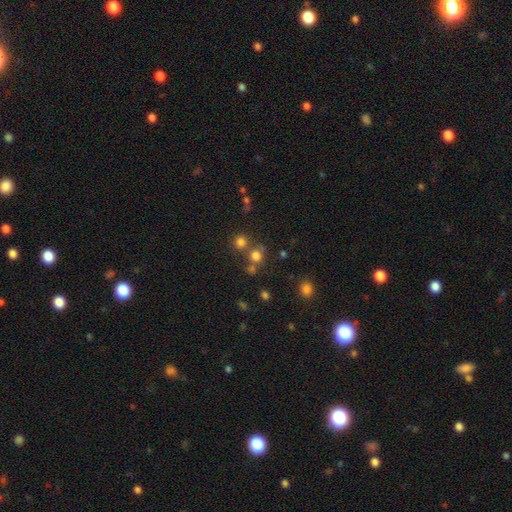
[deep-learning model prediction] Morphology: type=smooth (73%); roundness=round (88%); merging=none (63%).